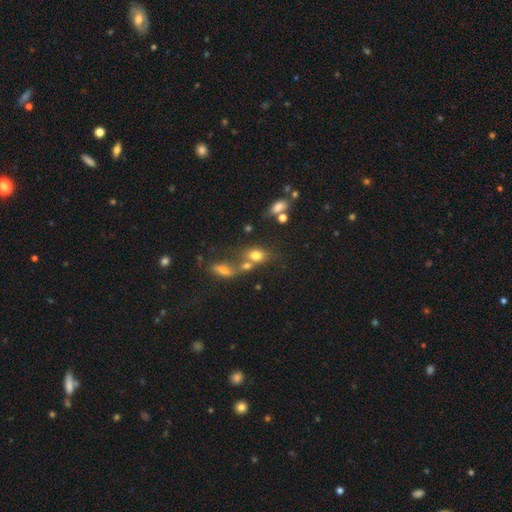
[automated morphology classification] A smooth galaxy with no disk features (74%) that is in between round and cigar-shaped (67%).

Vote fractions:
- Smooth or featured? smooth: 74% / star or artifact: 14% / featured or disk: 13%
- How rounded? in between: 67% / round: 30% / cigar-shaped: 3%
- Merging? merger: 44% / none: 38% / minor disturbance: 11% / major disturbance: 6%